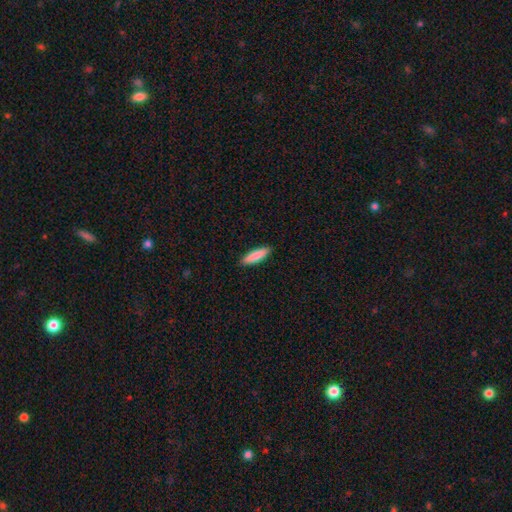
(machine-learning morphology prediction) Smooth or featured: smooth — 85% (featured or disk — 9%)
How rounded: cigar-shaped — 71% (in between — 28%)
Merging: none — 90% (minor disturbance — 7%)